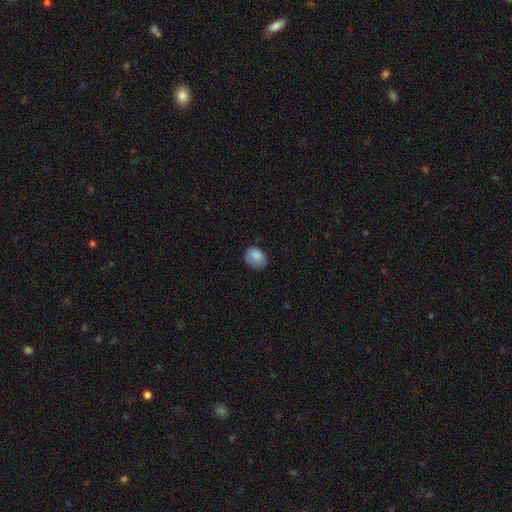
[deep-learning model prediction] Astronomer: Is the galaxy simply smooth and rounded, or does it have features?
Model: smooth — 85%.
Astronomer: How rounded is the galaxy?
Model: in between — 56% (runner-up: round, 43%).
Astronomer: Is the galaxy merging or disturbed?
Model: none — 62%.